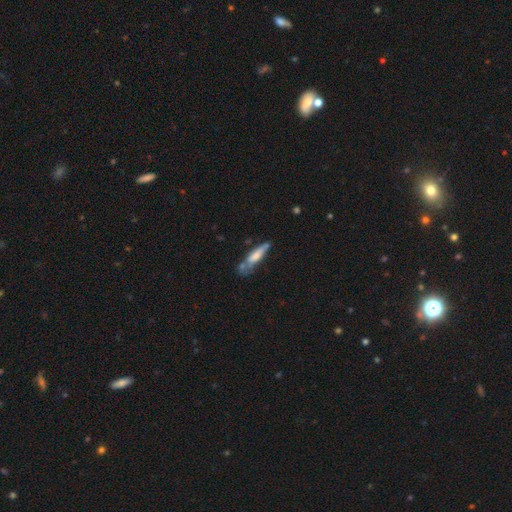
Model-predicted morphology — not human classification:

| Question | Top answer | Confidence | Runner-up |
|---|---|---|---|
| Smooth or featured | smooth | 55% | featured or disk (38%) |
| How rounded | cigar-shaped | 72% | in between (27%) |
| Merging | none | 40% | minor disturbance (28%) |